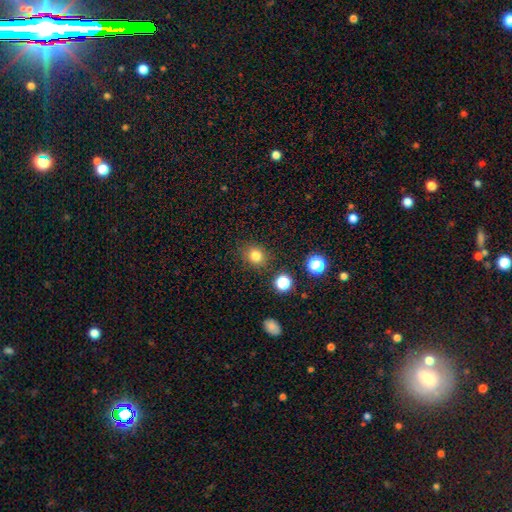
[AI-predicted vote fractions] Smooth or featured? Predicted: smooth (p=0.80). How rounded? Predicted: round (p=0.76). Merging? Predicted: none (p=0.84).